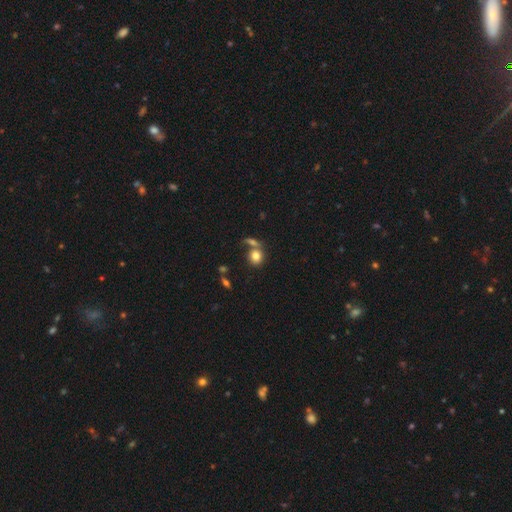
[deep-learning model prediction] A smooth galaxy with no disk features (80%) that is round (77%).

Vote fractions:
- Smooth or featured? smooth: 80% / star or artifact: 10% / featured or disk: 9%
- How rounded? round: 77% / in between: 22% / cigar-shaped: 1%
- Merging? none: 53% / merger: 31% / minor disturbance: 10% / major disturbance: 5%